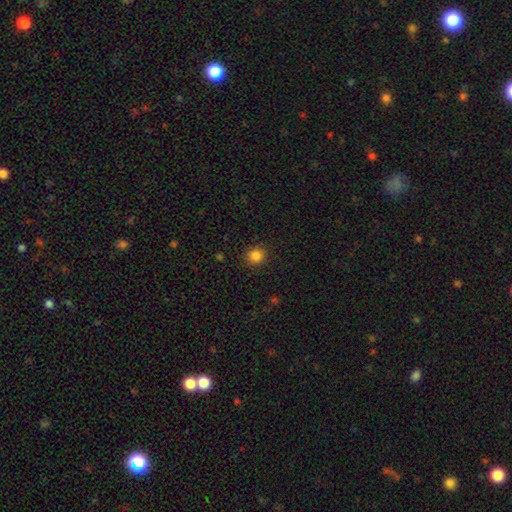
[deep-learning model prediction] smooth_or_featured: smooth (p=0.85) [alt: star or artifact p=0.11]
how_rounded: round (p=0.90) [alt: in between p=0.09]
merging: none (p=0.90) [alt: minor disturbance p=0.07]